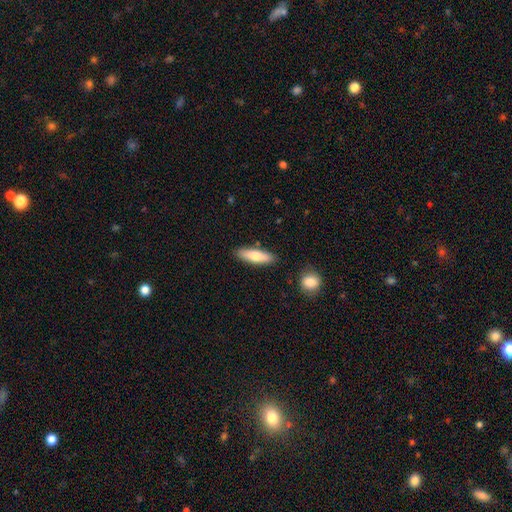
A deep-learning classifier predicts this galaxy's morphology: Smooth or featured?
  - smooth: 72% *
  - featured or disk: 22%
  - star or artifact: 6%
How rounded?
  - cigar-shaped: 57% *
  - in between: 41%
  - round: 2%
Merging?
  - none: 85% *
  - minor disturbance: 9%
  - merger: 3%
  - major disturbance: 2%